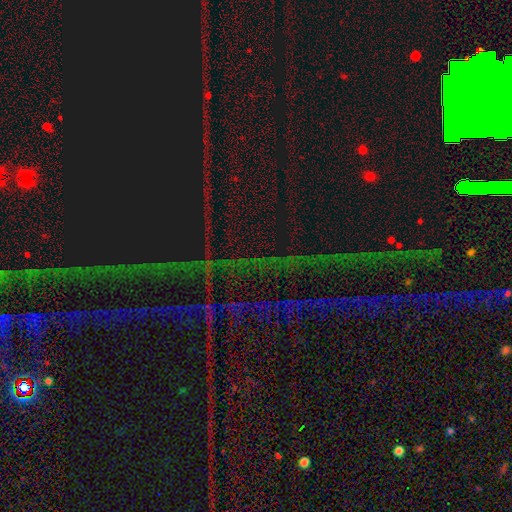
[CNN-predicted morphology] Smooth or featured?
  - star or artifact: 80% *
  - featured or disk: 10%
  - smooth: 10%